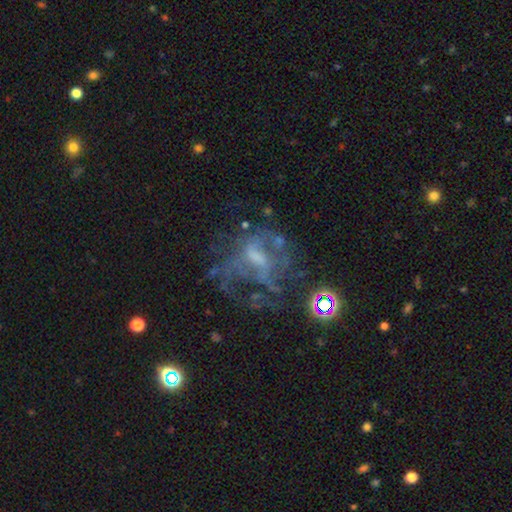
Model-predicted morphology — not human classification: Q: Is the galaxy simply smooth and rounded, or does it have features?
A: featured or disk — 65%.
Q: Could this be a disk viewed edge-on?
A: no — 97%.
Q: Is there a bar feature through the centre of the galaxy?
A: no — 50%.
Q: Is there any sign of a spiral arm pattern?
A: no — 55%.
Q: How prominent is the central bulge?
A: small — 33%.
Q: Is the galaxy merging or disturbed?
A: none — 43%.